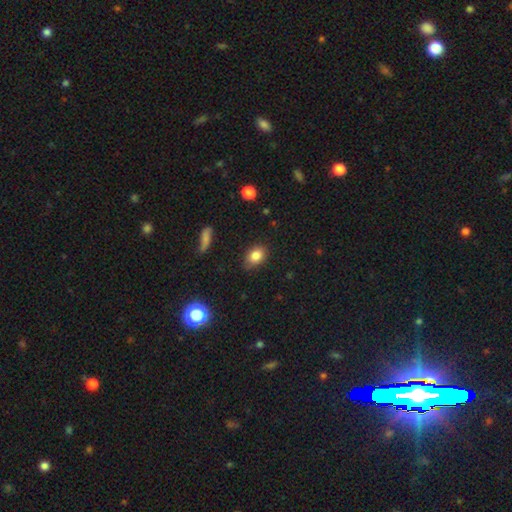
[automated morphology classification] smooth_or_featured: smooth (p=0.83) [alt: star or artifact p=0.10]
how_rounded: in between (p=0.73) [alt: round p=0.25]
merging: none (p=0.78) [alt: minor disturbance p=0.17]